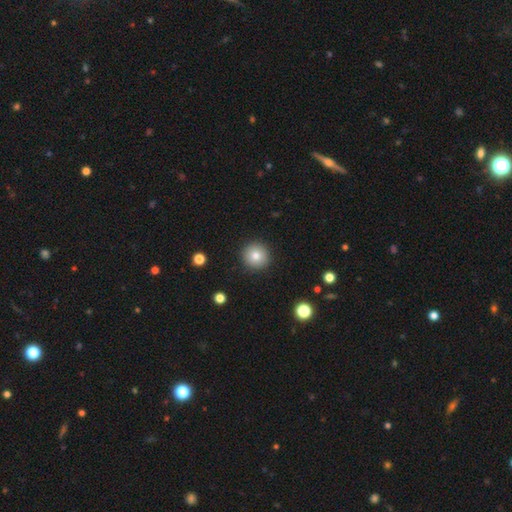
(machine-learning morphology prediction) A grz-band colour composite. It shows a smooth galaxy with no disk features (80%) that is round (95%). Merging: none (92%).